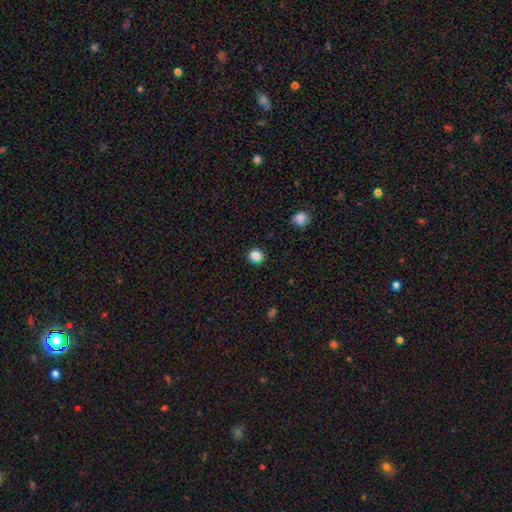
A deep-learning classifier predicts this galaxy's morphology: This appears to be a smooth galaxy with no disk features (86%) that is round (84%). Merging: none (91%).